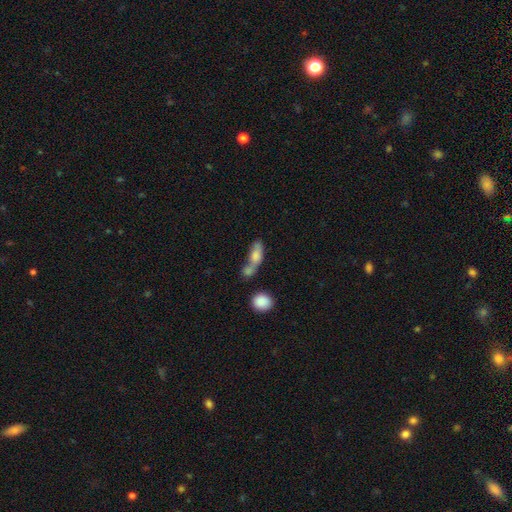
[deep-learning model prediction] smooth 72%, featured or disk 19%, star or artifact 9%. Down the decision tree: how rounded — in between (68%); merging — merger (55%).